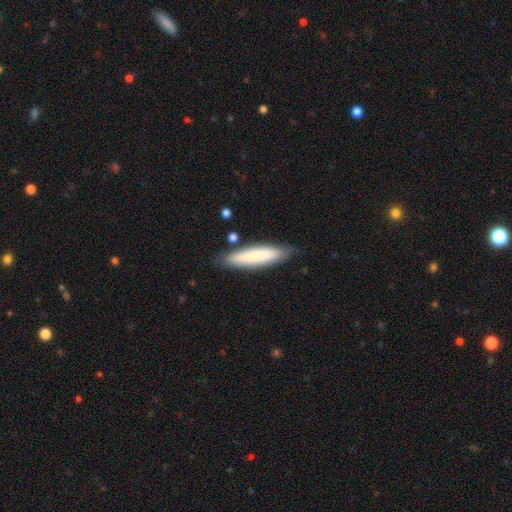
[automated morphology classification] This appears to be a smooth galaxy with no disk features (77%) that is cigar-shaped (79%). Merging: none (81%).